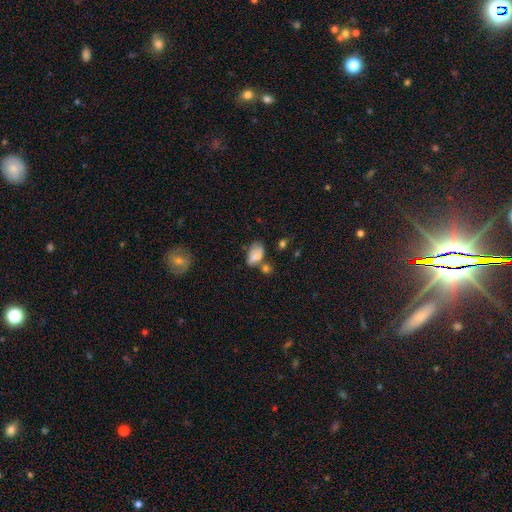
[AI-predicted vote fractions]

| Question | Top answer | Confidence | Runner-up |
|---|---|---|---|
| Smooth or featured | smooth | 70% | featured or disk (20%) |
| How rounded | in between | 89% | round (9%) |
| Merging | none | 40% | minor disturbance (27%) |